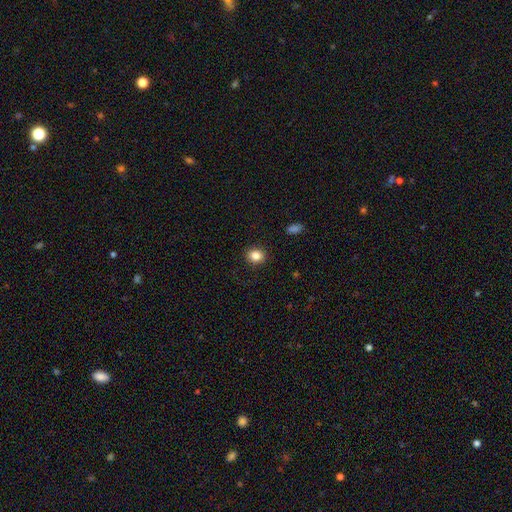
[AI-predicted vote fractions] A smooth galaxy with no disk features (85%) that is round (69%). Merging: none (89%).